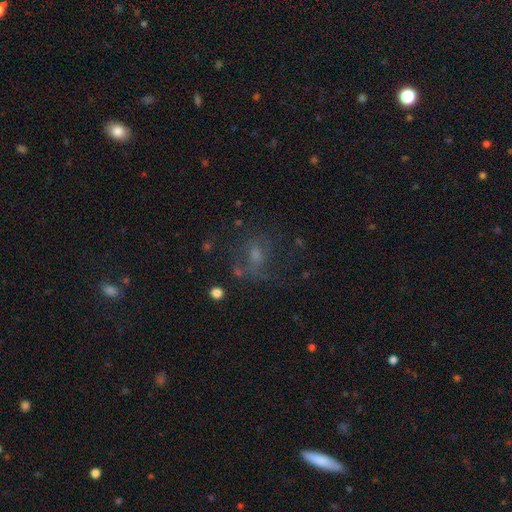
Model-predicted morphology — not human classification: smooth_or_featured: featured or disk (p=0.39) [alt: smooth p=0.36]
merging: none (p=0.52) [alt: major disturbance p=0.24]